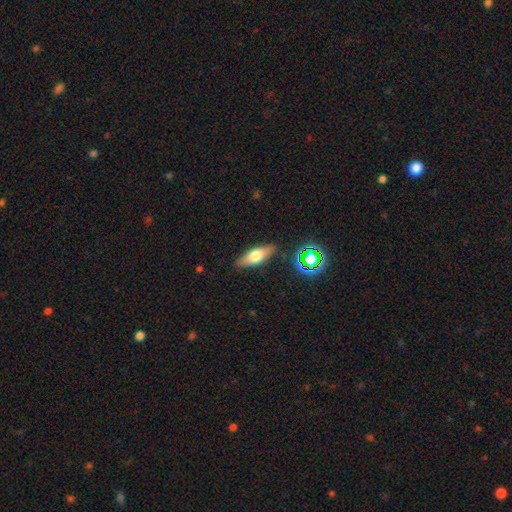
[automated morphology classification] Smooth or featured? smooth (58%)
How rounded? in between (62%)
Merging? none (85%)